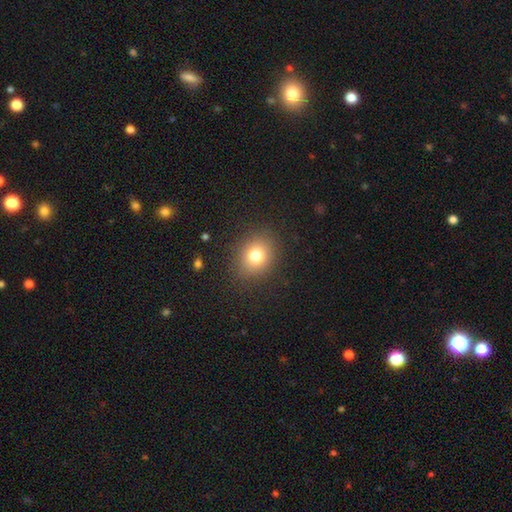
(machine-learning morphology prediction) A smooth galaxy with no disk features (77%) that is round (67%).

Vote fractions:
- Smooth or featured? smooth: 77% / star or artifact: 14% / featured or disk: 9%
- How rounded? round: 67% / in between: 32% / cigar-shaped: 1%
- Merging? none: 87% / minor disturbance: 8% / major disturbance: 3% / merger: 1%